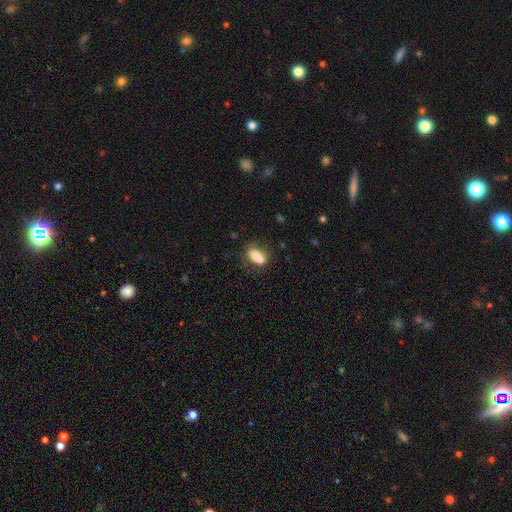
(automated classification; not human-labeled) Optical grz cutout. It shows a smooth galaxy with no disk features (70%) that is in between round and cigar-shaped (67%). Merging: merger (55%).